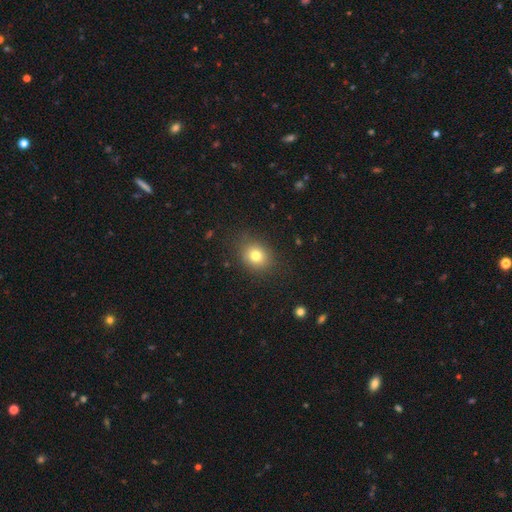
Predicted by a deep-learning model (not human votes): Overall: smooth (77%). How rounded: round (66%; in between 33%). Merging: none (83%).